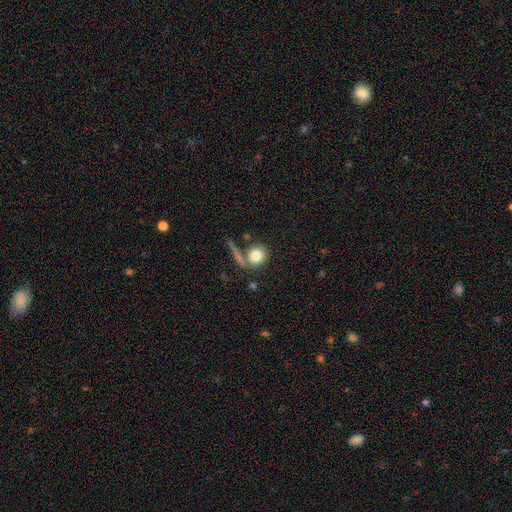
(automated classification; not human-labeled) This is clearly a smooth galaxy (81%). How rounded: clearly round (81%). Merging: likely none (60%).